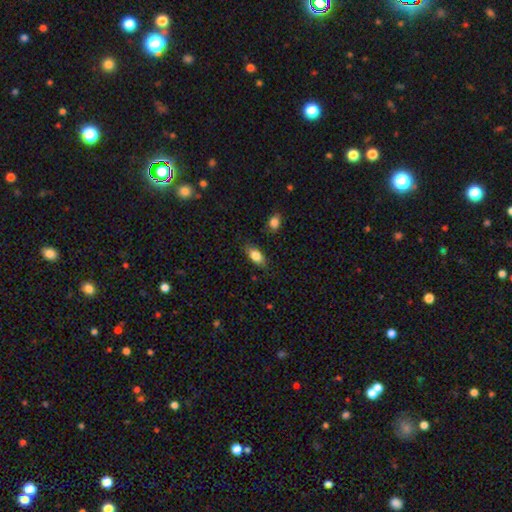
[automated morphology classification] This is clearly a smooth galaxy (82%). How rounded: clearly in between (86%). Merging: clearly none (82%).